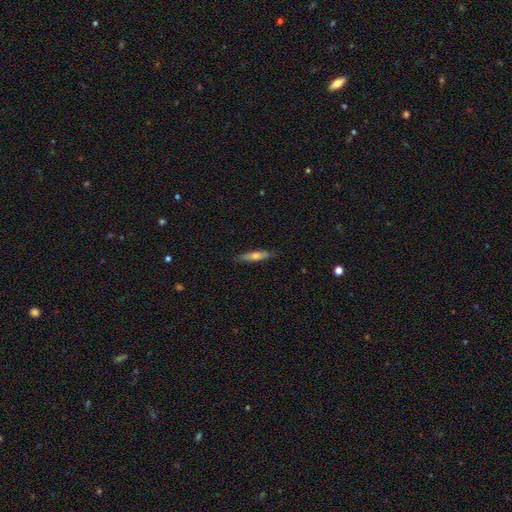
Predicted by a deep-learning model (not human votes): The model was most divided on "smooth or featured": smooth: 50%, featured or disk: 44%, star or artifact: 7%. More confident: merging — none (87%).